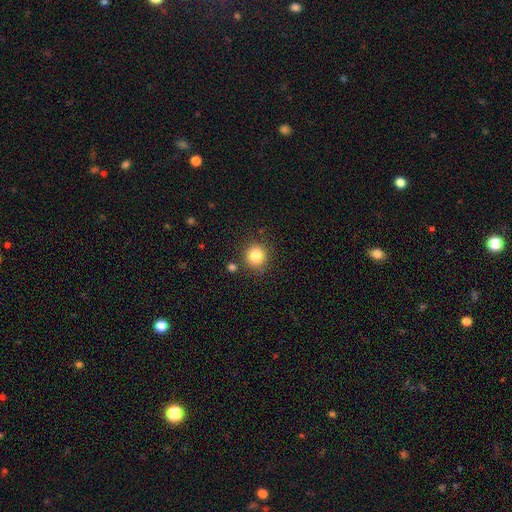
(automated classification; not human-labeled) The model was most divided on "smooth or featured": smooth: 83%, star or artifact: 11%, featured or disk: 6%. More confident: how rounded — round (92%); merging — none (84%).